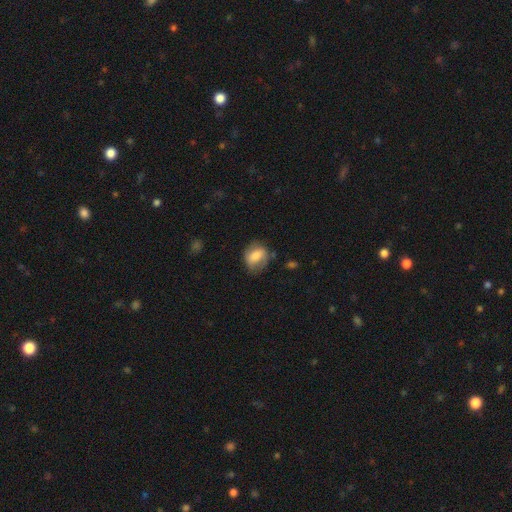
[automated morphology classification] Smooth or featured: smooth — 70% (featured or disk — 23%)
How rounded: in between — 58% (round — 40%)
Merging: none — 62% (minor disturbance — 25%)